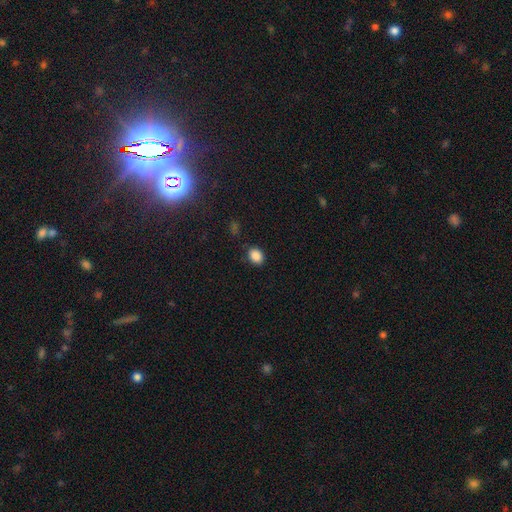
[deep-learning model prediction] Overall: smooth (87%). How rounded: in between (62%; round 37%). Merging: none (80%).